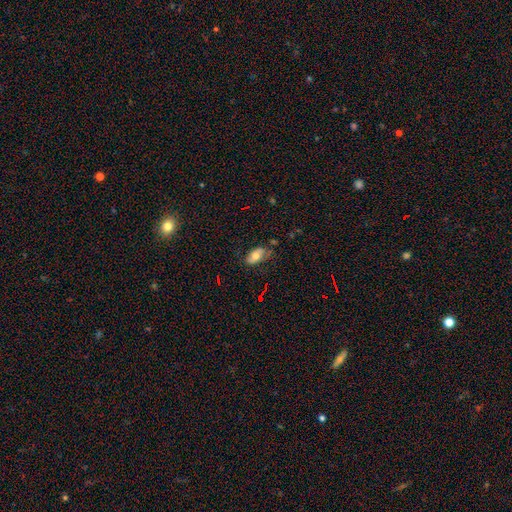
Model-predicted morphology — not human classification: Smooth or featured? smooth (68%)
How rounded? in between (92%)
Merging? none (61%)